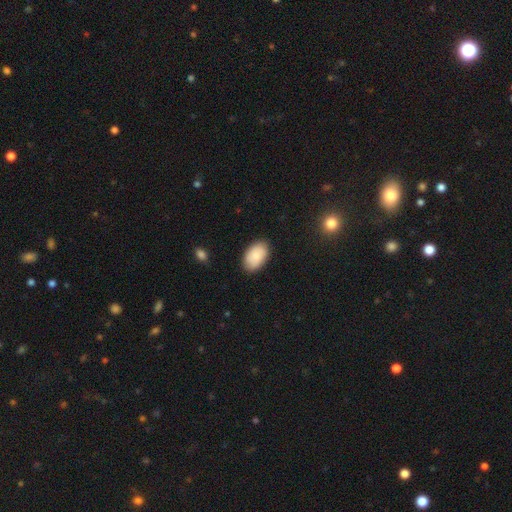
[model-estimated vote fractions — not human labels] Smooth or featured? smooth (85%)
How rounded? in between (92%)
Merging? none (86%)